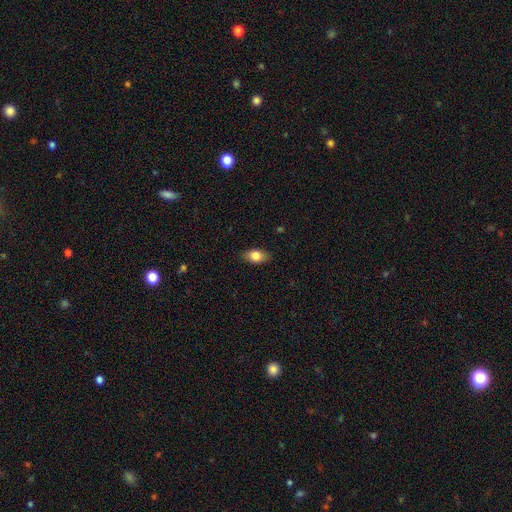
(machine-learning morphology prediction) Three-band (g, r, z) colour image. It shows a smooth galaxy with no disk features (82%) that is in between round and cigar-shaped (85%). Merging: none (85%).